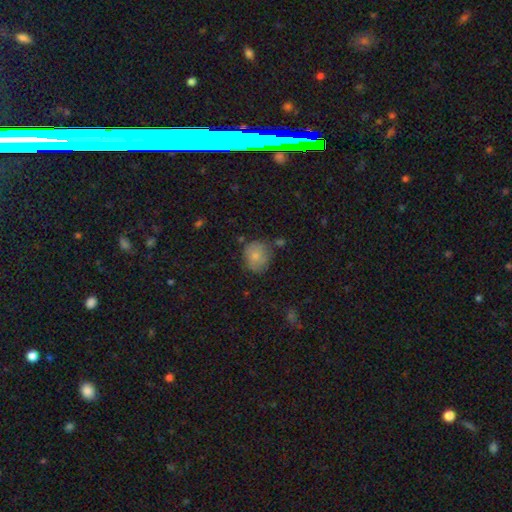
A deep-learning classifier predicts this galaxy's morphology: Smooth or featured? smooth (78%)
How rounded? round (77%)
Merging? none (67%)